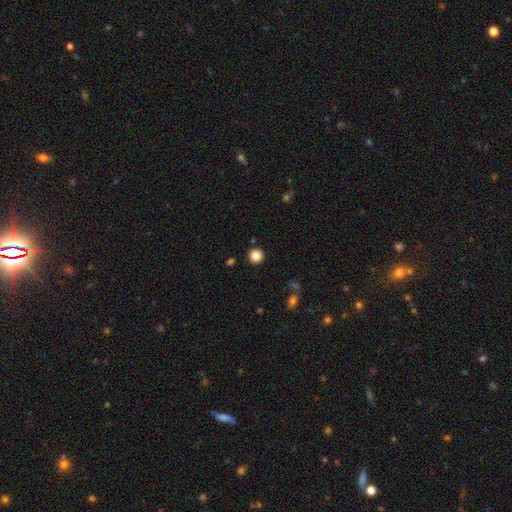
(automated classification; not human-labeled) The model was most divided on "smooth or featured": smooth: 85%, star or artifact: 11%, featured or disk: 4%. More confident: how rounded — round (95%); merging — none (91%).